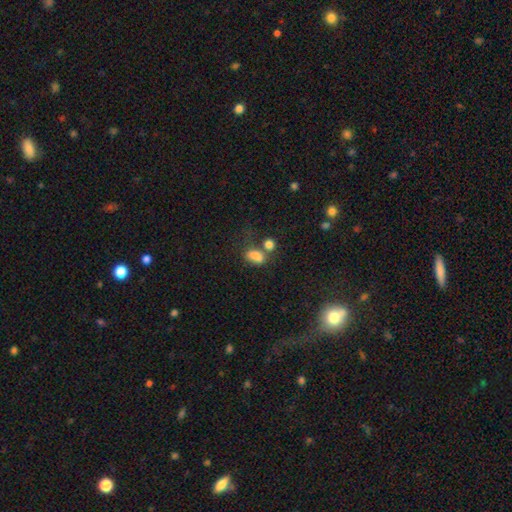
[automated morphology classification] This appears to be a smooth galaxy with no disk features (79%) that is in between round and cigar-shaped (81%). Merging: none (37%).